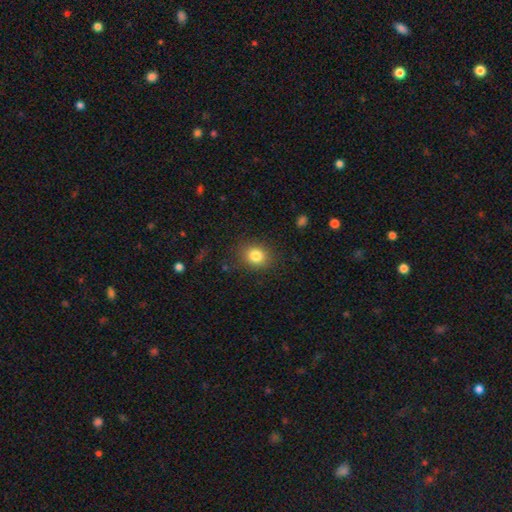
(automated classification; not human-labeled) The model was most divided on "how rounded": round: 69%, in between: 30%, cigar-shaped: 1%. More confident: merging — none (86%); smooth or featured — smooth (82%).